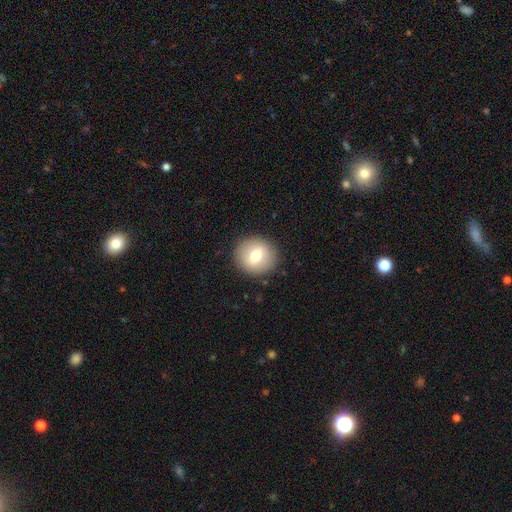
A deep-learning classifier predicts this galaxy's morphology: Smooth or featured? Predicted: smooth (p=0.71). How rounded? Predicted: round (p=0.90). Merging? Predicted: none (p=0.90).